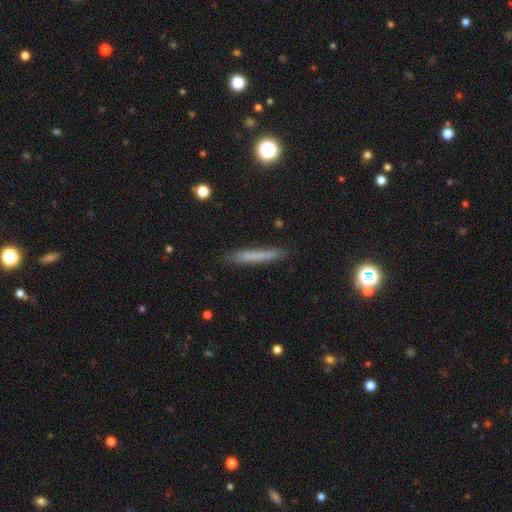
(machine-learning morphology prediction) This is likely a smooth galaxy (66%). How rounded: clearly cigar-shaped (95%). Merging: clearly none (85%).